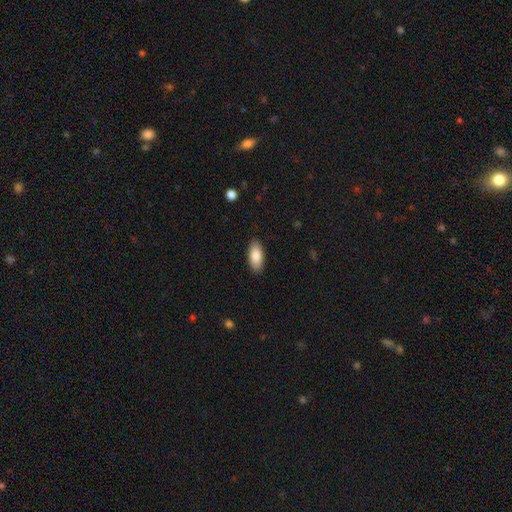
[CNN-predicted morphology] smooth_or_featured: smooth (p=0.86) [alt: featured or disk p=0.08]
how_rounded: in between (p=0.89) [alt: cigar-shaped p=0.09]
merging: none (p=0.89) [alt: minor disturbance p=0.09]